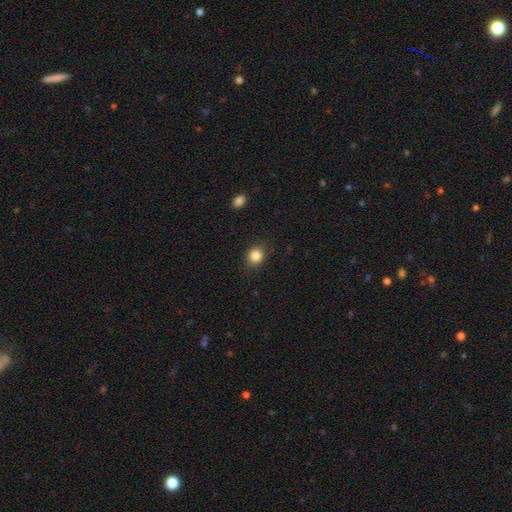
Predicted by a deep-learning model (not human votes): Smooth or featured: smooth — 84% (star or artifact — 11%)
How rounded: round — 77% (in between — 22%)
Merging: none — 86% (minor disturbance — 10%)